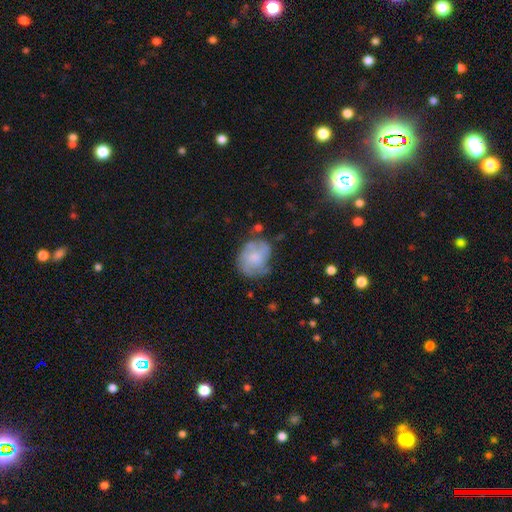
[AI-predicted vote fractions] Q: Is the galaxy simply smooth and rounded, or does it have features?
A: smooth — 50%.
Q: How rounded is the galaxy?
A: round — 56%.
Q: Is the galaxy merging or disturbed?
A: none — 50%.